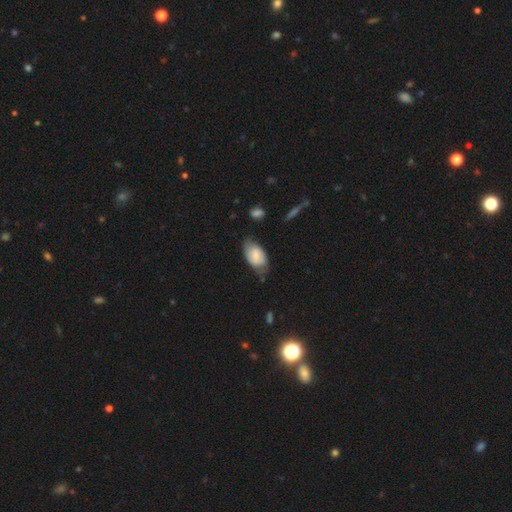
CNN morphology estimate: Smooth or featured? smooth (68%)
How rounded? in between (91%)
Merging? none (55%)